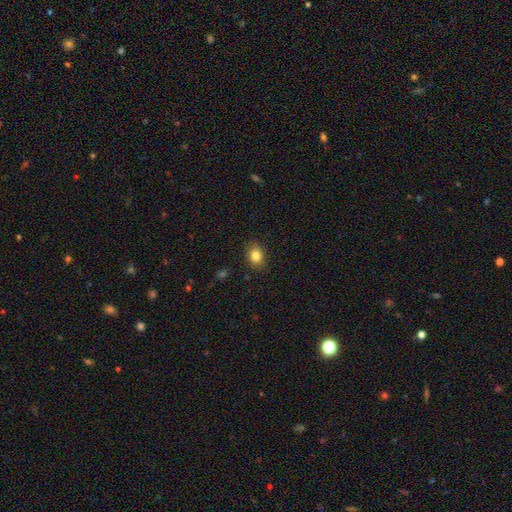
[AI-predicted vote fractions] Overall: smooth (83%). How rounded: in between (56%; round 43%). Merging: none (87%).